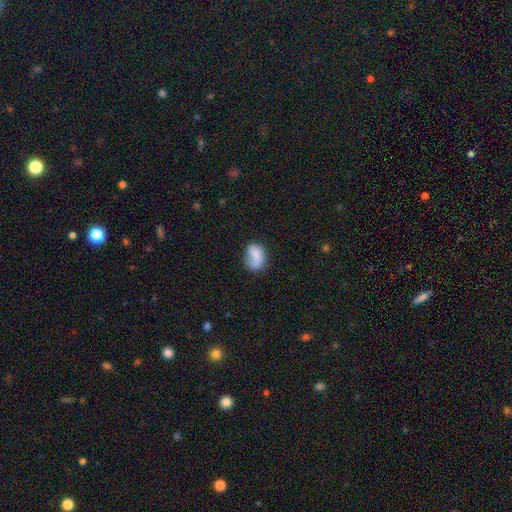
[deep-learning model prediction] Overall: smooth (76%). How rounded: in between (75%). Merging: none (49%; minor disturbance 28%).